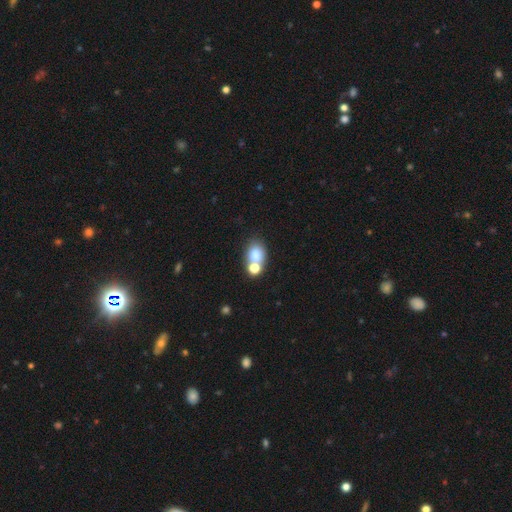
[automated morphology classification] A smooth galaxy with no disk features (77%) that is in between round and cigar-shaped (59%). Merging: none (45%).